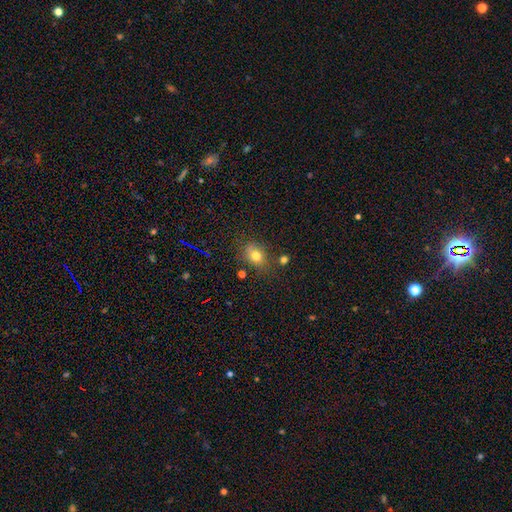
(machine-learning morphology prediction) type=smooth (77%); roundness=in between (61%); merging=none (70%).